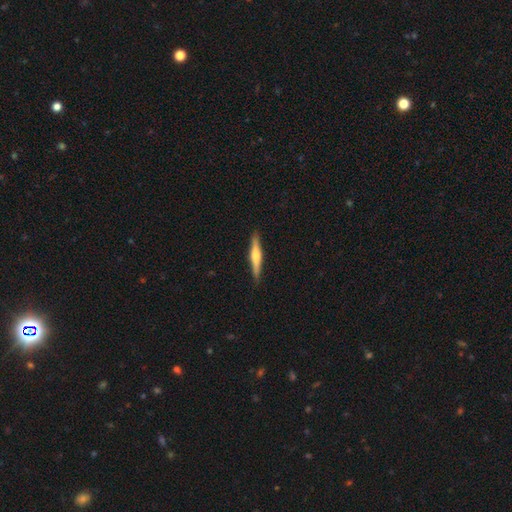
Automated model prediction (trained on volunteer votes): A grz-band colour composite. It shows a featured or disk galaxy (56%) viewed edge-on (97%) with a rounded central bulge (83%). Merging: none (89%).